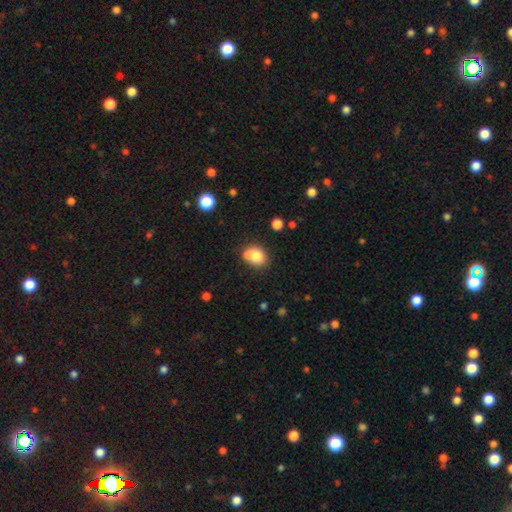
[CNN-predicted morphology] Smooth or featured? Predicted: smooth (p=0.78). How rounded? Predicted: round (p=0.59). Merging? Predicted: none (p=0.50).